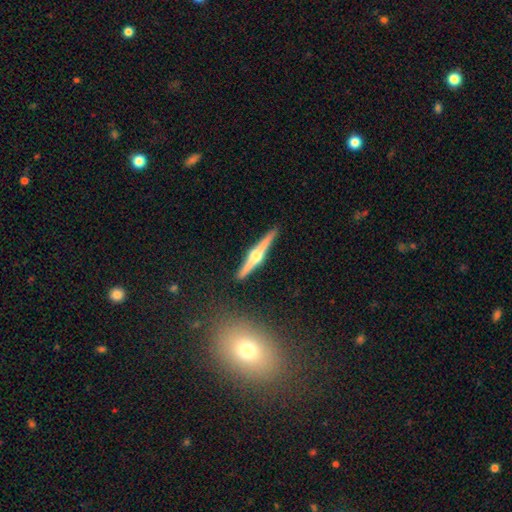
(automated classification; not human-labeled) featured or disk 81%, smooth 14%, star or artifact 5%. Down the decision tree: edge-on disk — yes (98%); edge-on bulge — rounded (95%); merging — none (90%).